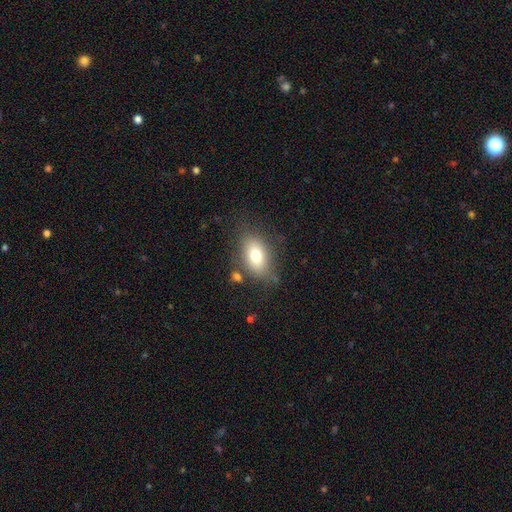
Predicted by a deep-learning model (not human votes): A smooth galaxy with no disk features (74%) that is in between round and cigar-shaped (86%).

Vote fractions:
- Smooth or featured? smooth: 74% / featured or disk: 16% / star or artifact: 9%
- How rounded? in between: 86% / round: 11% / cigar-shaped: 3%
- Merging? none: 71% / minor disturbance: 18% / major disturbance: 7% / merger: 5%